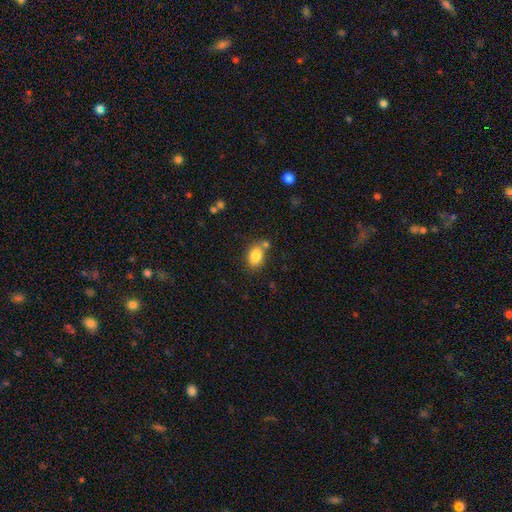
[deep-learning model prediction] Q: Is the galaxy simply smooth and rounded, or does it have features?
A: smooth — 84%.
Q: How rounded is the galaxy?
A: in between — 74%.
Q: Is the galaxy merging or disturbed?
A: none — 67%.